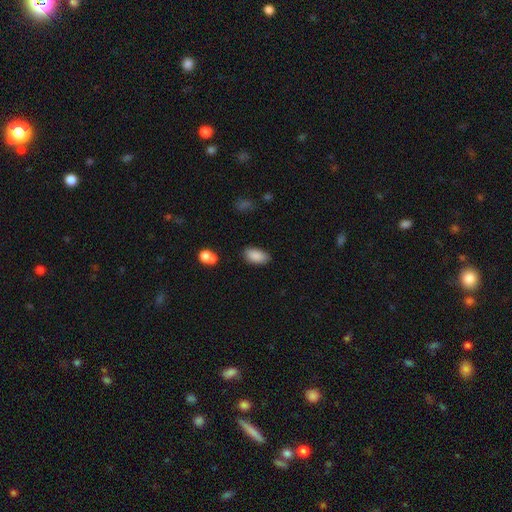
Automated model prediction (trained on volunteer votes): This appears to be a smooth galaxy with no disk features (88%) that is in between round and cigar-shaped (93%). Merging: none (80%).